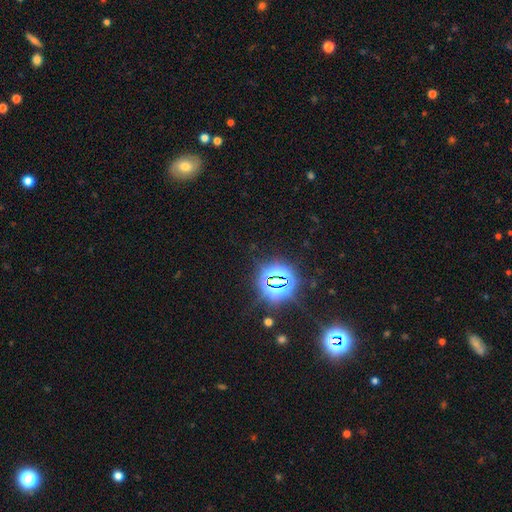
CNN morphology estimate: Smooth or featured? star or artifact (77%)